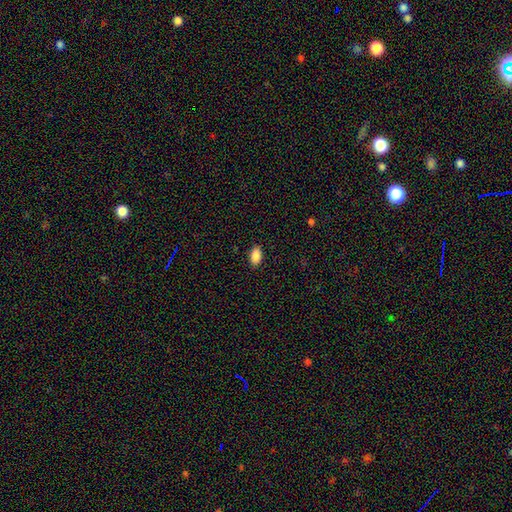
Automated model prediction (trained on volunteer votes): smooth_or_featured: smooth (p=0.89) [alt: star or artifact p=0.08]
how_rounded: in between (p=0.94) [alt: round p=0.04]
merging: none (p=0.89) [alt: minor disturbance p=0.08]